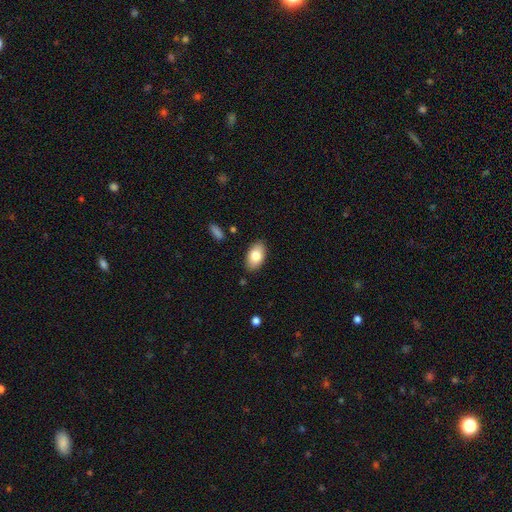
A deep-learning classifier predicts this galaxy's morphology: Smooth or featured? smooth (81%)
How rounded? in between (93%)
Merging? none (86%)